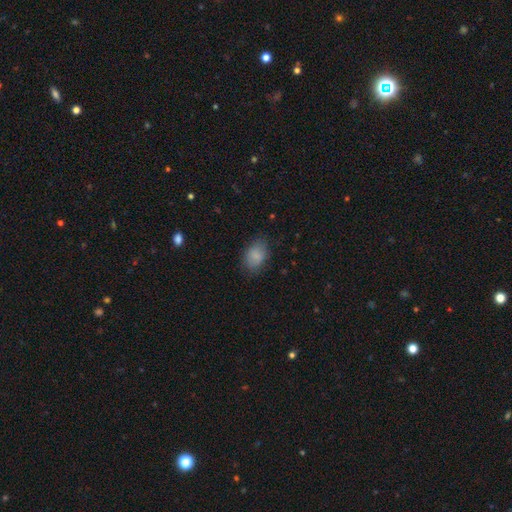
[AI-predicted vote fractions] Smooth or featured? smooth (84%)
How rounded? in between (82%)
Merging? none (75%)